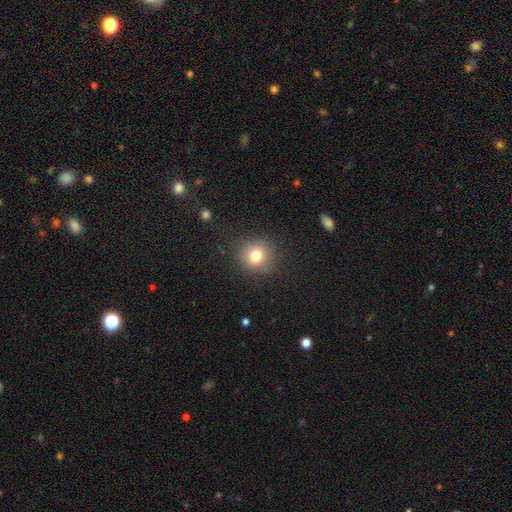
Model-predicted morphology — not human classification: smooth-or-featured: smooth: 78% | star or artifact: 13% | featured or disk: 9%
  how-rounded: round: 87% | in between: 12% | cigar-shaped: 1%
  merging: none: 87% | minor disturbance: 9% | major disturbance: 4% | merger: 1%